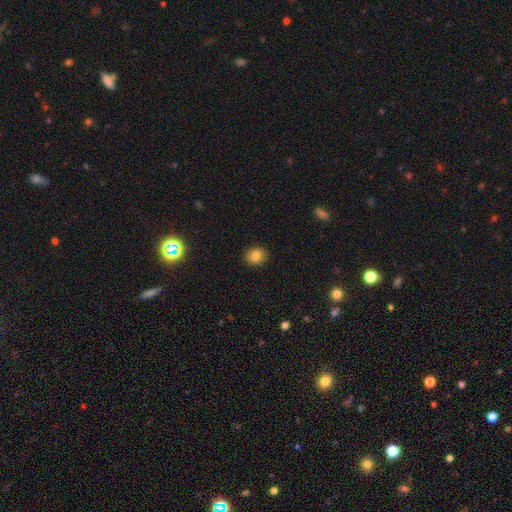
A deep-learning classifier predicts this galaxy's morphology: Smooth or featured?
  - smooth: 82% *
  - star or artifact: 11%
  - featured or disk: 7%
How rounded?
  - round: 70% *
  - in between: 29%
  - cigar-shaped: 1%
Merging?
  - none: 90% *
  - minor disturbance: 7%
  - major disturbance: 2%
  - merger: 1%